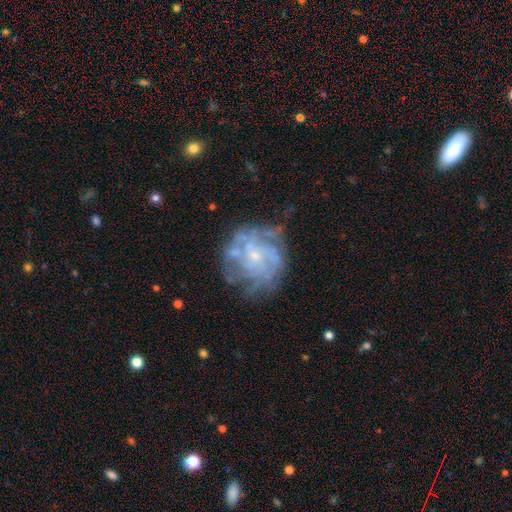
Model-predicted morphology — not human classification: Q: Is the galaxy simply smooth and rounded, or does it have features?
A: featured or disk — 76%.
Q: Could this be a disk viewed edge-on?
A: no — 97%.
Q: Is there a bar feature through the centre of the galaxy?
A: no — 76%.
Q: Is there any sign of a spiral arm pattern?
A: yes — 73%.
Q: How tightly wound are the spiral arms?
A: tight — 53%.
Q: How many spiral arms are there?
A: can't tell — 50%.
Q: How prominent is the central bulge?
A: small — 73%.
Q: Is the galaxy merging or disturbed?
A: none — 58%.